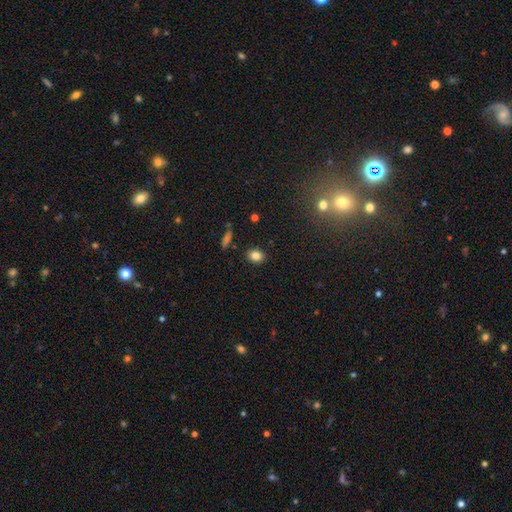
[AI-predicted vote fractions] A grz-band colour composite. It shows a smooth galaxy with no disk features (82%) that is round (62%). Merging: none (88%).